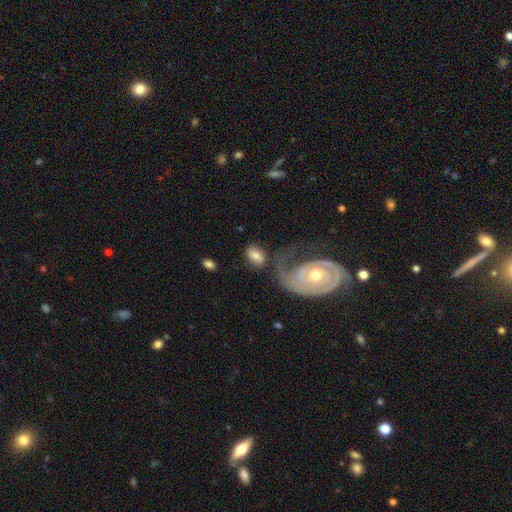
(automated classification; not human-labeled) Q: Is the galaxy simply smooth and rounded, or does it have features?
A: smooth — 64%.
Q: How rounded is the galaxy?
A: in between — 86%.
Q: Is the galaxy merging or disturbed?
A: none — 51%.